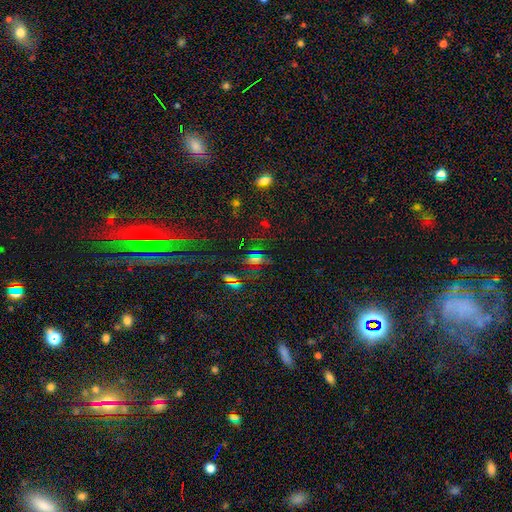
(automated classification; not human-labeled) The model was most divided on "smooth or featured": star or artifact: 57%, smooth: 31%, featured or disk: 12%.